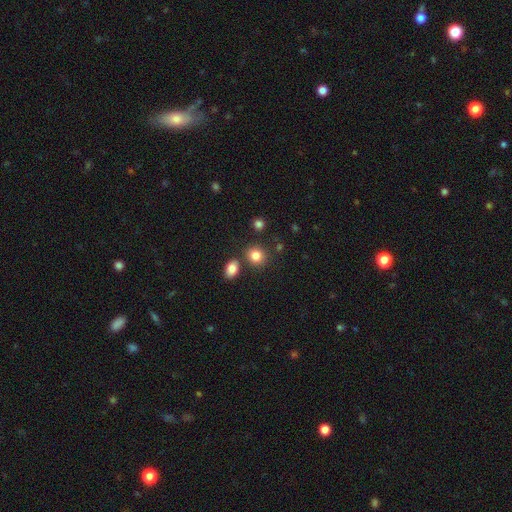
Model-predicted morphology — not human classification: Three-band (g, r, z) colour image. It shows a smooth galaxy with no disk features (84%) that is round (74%). Merging: none (75%).